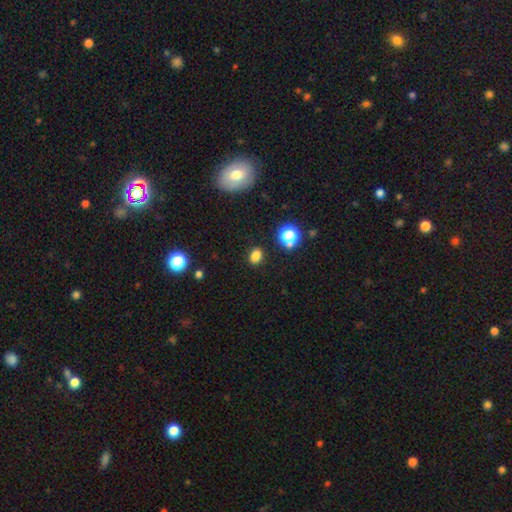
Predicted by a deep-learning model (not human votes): The model was most divided on "how rounded": in between: 59%, round: 40%, cigar-shaped: 1%. More confident: merging — none (87%); smooth or featured — smooth (80%).